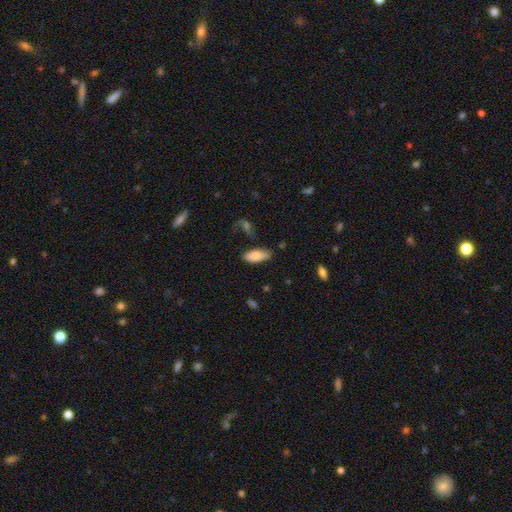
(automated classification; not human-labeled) smooth-or-featured: smooth: 80% | featured or disk: 14% | star or artifact: 7%
  how-rounded: in between: 86% | cigar-shaped: 12% | round: 2%
  merging: none: 63% | minor disturbance: 25% | major disturbance: 7% | merger: 4%